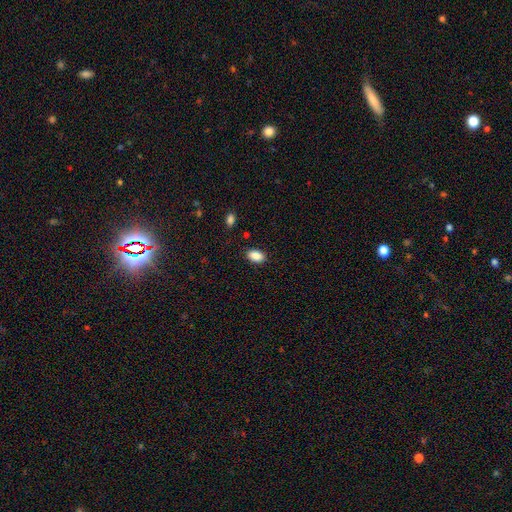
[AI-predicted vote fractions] Overall: smooth (89%). How rounded: in between (91%). Merging: none (87%).